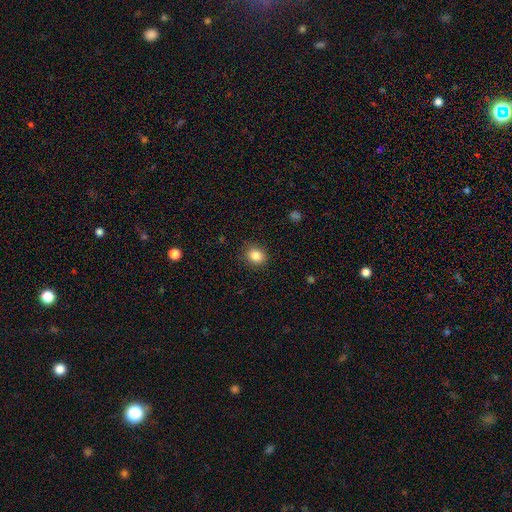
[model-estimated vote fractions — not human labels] Morphology: type=smooth (85%); roundness=round (66%); merging=none (87%).